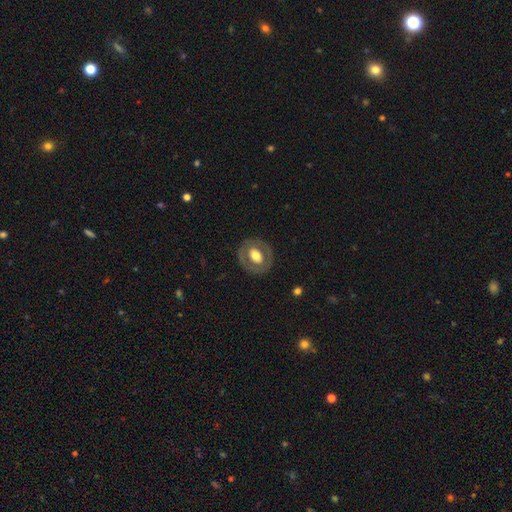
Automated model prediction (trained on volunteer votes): This is possibly a featured or disk galaxy (51%). It is clearly not viewed edge-on (93%). Merging: clearly none (83%).